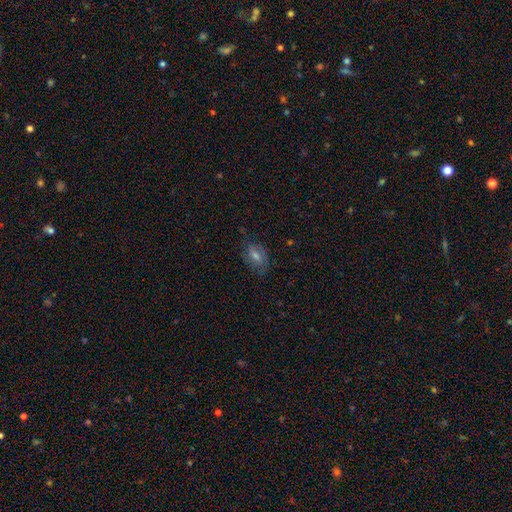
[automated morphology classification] Overall: smooth (45%; featured or disk 37%). Merging: none (73%).